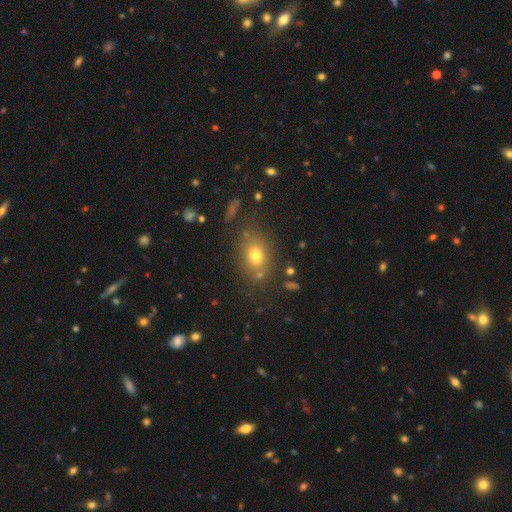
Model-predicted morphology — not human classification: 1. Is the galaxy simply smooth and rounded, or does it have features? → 72% smooth, 16% star or artifact, 12% featured or disk.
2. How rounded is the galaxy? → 62% in between, 36% round, 2% cigar-shaped.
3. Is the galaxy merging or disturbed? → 78% none, 12% minor disturbance, 6% merger, 4% major disturbance.